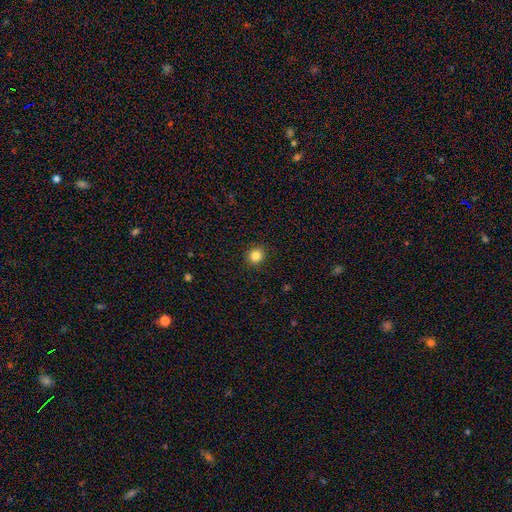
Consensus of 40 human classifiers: Smooth or featured? smooth (82%)
How rounded? round (91%)
Merging? none (97%)